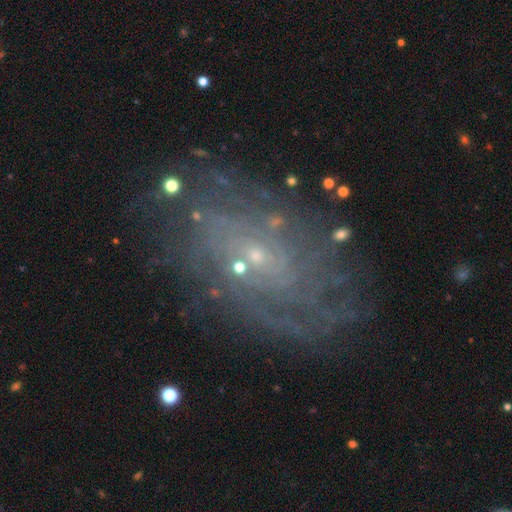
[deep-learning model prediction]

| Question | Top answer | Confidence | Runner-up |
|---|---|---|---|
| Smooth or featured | featured or disk | 71% | smooth (15%) |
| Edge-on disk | no | 95% | yes (5%) |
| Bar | no | 67% | weak (26%) |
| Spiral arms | yes | 74% | no (26%) |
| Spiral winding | tight | 58% | medium (28%) |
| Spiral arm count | can't tell | 59% | 2 (13%) |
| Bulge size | small | 79% | moderate (10%) |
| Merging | none | 75% | minor disturbance (15%) |